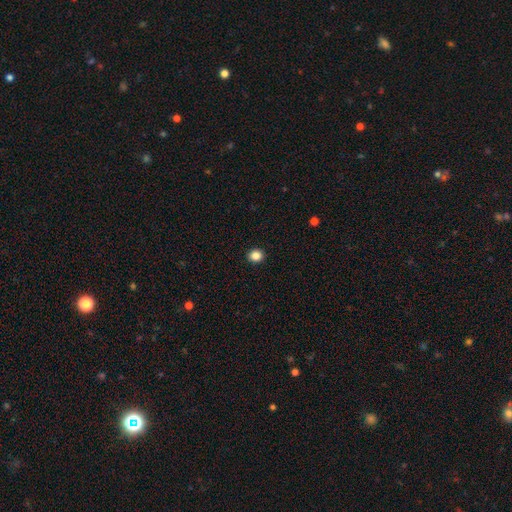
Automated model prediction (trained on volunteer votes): A smooth galaxy with no disk features (86%) that is round (75%).

Vote fractions:
- Smooth or featured? smooth: 86% / star or artifact: 10% / featured or disk: 4%
- How rounded? round: 75% / in between: 25% / cigar-shaped: 1%
- Merging? none: 92% / minor disturbance: 5% / major disturbance: 2% / merger: 1%